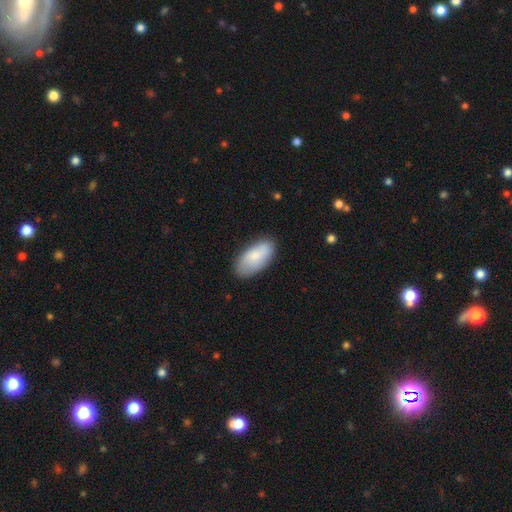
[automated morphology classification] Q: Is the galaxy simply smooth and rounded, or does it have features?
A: smooth — 78%.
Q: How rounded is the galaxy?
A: in between — 93%.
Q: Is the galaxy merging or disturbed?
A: none — 77%.